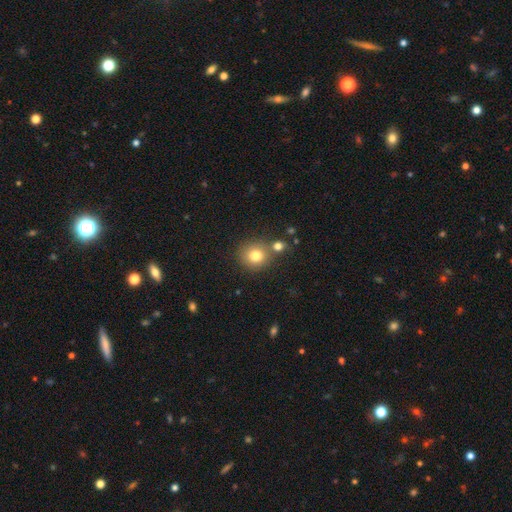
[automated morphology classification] A smooth galaxy with no disk features (79%) that is round (88%). Merging: none (71%).